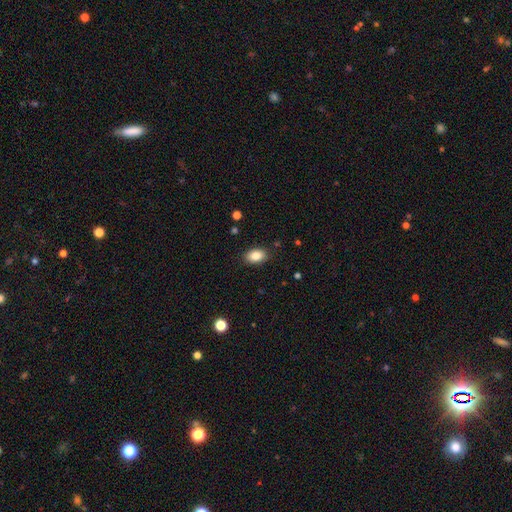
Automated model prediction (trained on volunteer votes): Smooth or featured?
  - smooth: 85% *
  - star or artifact: 8%
  - featured or disk: 6%
How rounded?
  - in between: 88% *
  - round: 10%
  - cigar-shaped: 2%
Merging?
  - none: 87% *
  - minor disturbance: 10%
  - major disturbance: 2%
  - merger: 1%